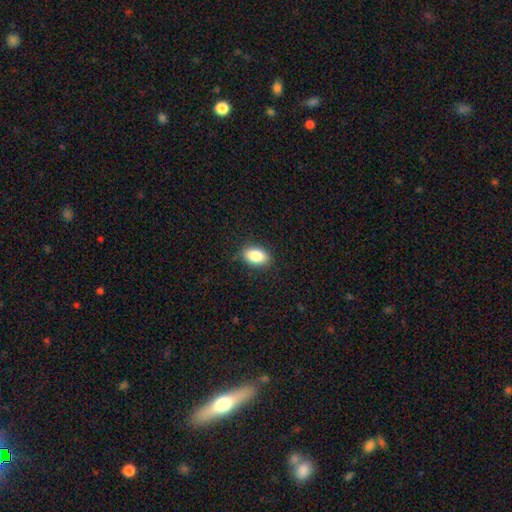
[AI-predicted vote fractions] This appears to be a smooth galaxy with no disk features (85%) that is in between round and cigar-shaped (89%). Merging: none (84%).